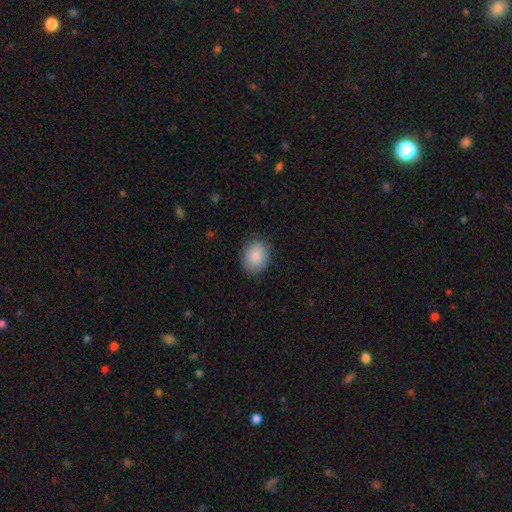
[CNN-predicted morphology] Smooth or featured: smooth — 86% (star or artifact — 7%)
How rounded: in between — 52% (round — 48%)
Merging: none — 83% (minor disturbance — 13%)